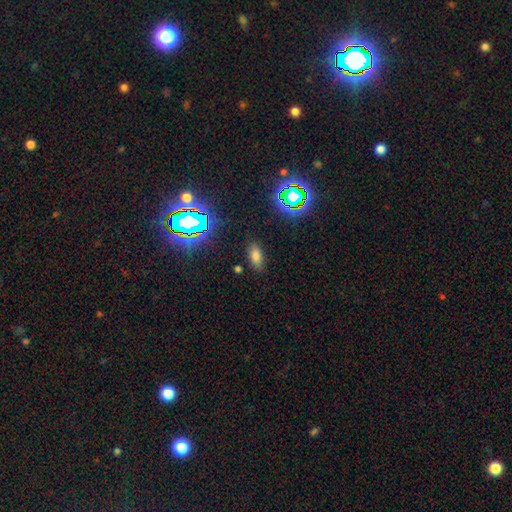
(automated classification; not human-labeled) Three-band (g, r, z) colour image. It shows a smooth galaxy with no disk features (70%) that is in between round and cigar-shaped (88%). Merging: none (85%).